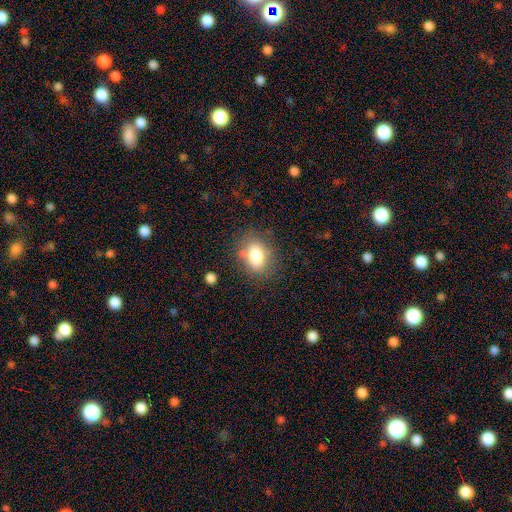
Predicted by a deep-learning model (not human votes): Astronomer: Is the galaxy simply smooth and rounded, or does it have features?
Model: smooth — 79%.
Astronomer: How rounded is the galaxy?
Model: in between — 70%.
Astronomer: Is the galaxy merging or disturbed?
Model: none — 72%.